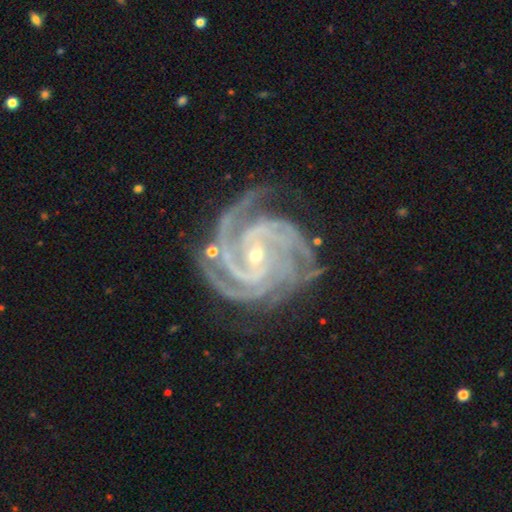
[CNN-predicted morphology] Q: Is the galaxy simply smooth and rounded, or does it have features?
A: featured or disk — 93%.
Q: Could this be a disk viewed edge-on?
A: no — 98%.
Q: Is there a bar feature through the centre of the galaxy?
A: no — 44%.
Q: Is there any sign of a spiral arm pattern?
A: yes — 99%.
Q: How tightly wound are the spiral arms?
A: tight — 74%.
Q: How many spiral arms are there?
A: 4 — 36%.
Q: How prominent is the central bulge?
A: small — 75%.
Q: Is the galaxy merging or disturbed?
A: none — 71%.